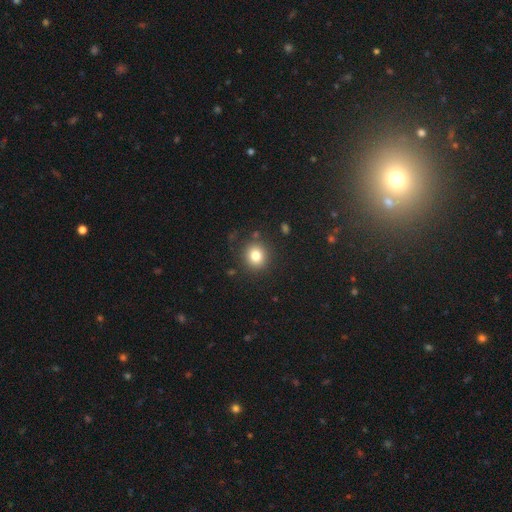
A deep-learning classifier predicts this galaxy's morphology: type=smooth (80%); roundness=round (85%); merging=none (87%).